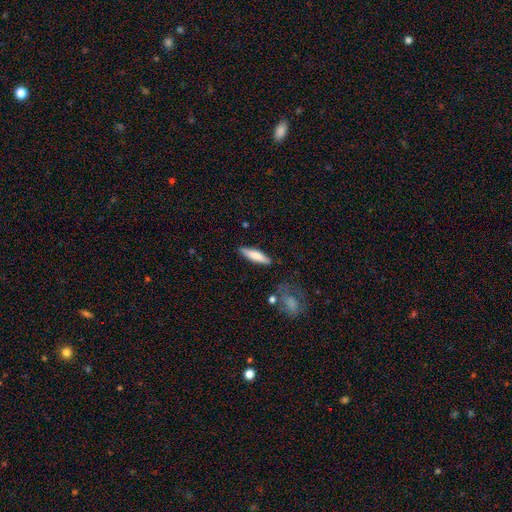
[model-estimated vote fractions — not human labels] This is likely a smooth galaxy (73%). How rounded: likely cigar-shaped (70%). Merging: clearly none (84%).